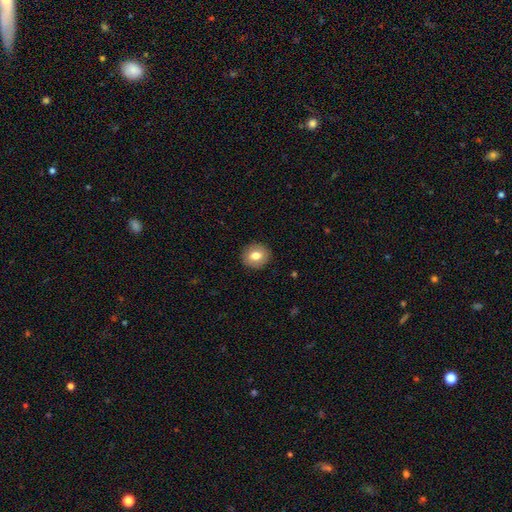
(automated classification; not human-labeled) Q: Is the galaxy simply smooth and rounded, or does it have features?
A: smooth — 78%.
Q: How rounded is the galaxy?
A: round — 80%.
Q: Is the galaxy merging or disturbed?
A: none — 91%.